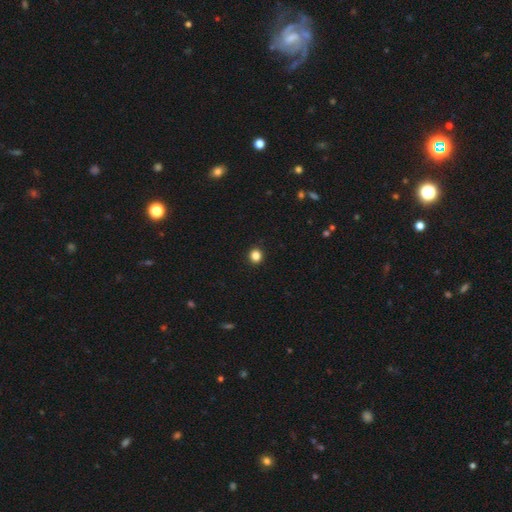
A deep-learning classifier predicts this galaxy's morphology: smooth_or_featured: smooth (p=0.85) [alt: star or artifact p=0.11]
how_rounded: round (p=0.82) [alt: in between p=0.17]
merging: none (p=0.93) [alt: minor disturbance p=0.04]